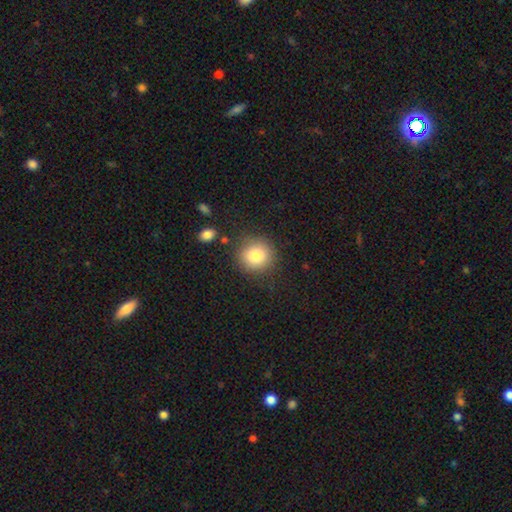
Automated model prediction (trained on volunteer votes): Smooth or featured?
  - smooth: 83% *
  - star or artifact: 10%
  - featured or disk: 8%
How rounded?
  - round: 90% *
  - in between: 9%
  - cigar-shaped: 1%
Merging?
  - none: 83% *
  - minor disturbance: 10%
  - major disturbance: 4%
  - merger: 3%